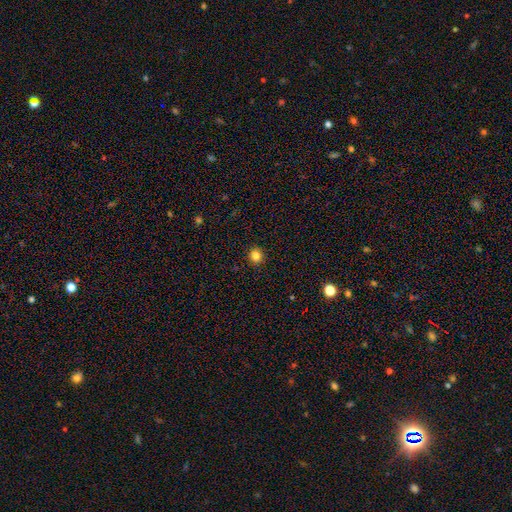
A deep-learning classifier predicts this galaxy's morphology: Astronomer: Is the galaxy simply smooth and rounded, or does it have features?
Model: smooth — 83%.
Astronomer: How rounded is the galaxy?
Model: round — 89%.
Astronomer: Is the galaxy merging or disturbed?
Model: none — 92%.